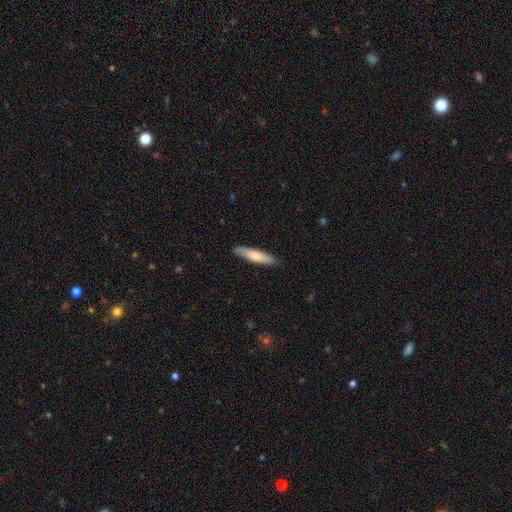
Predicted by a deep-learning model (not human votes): Smooth or featured?
  - smooth: 72% *
  - featured or disk: 23%
  - star or artifact: 5%
How rounded?
  - cigar-shaped: 80% *
  - in between: 19%
  - round: 1%
Merging?
  - none: 86% *
  - minor disturbance: 11%
  - major disturbance: 2%
  - merger: 1%